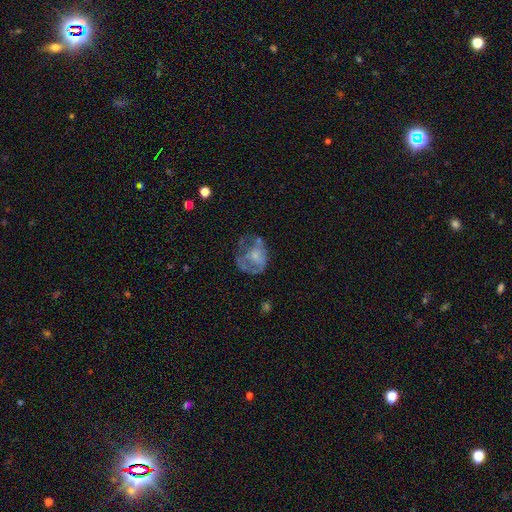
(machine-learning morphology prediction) This appears to be a featured or disk galaxy (46%). Merging: major disturbance (38%).